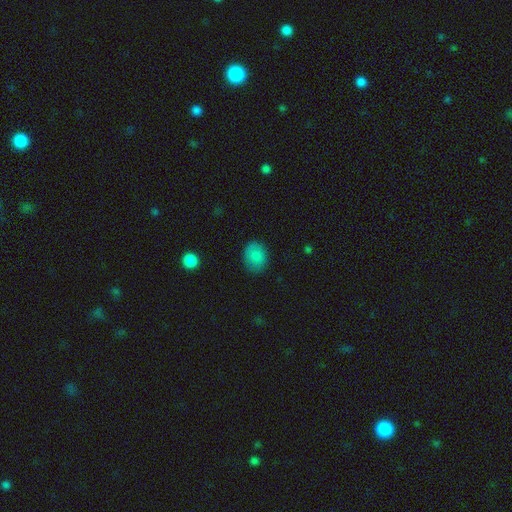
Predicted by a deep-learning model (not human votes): Smooth or featured: smooth — 83% (star or artifact — 9%)
How rounded: round — 53% (in between — 47%)
Merging: none — 82% (minor disturbance — 13%)